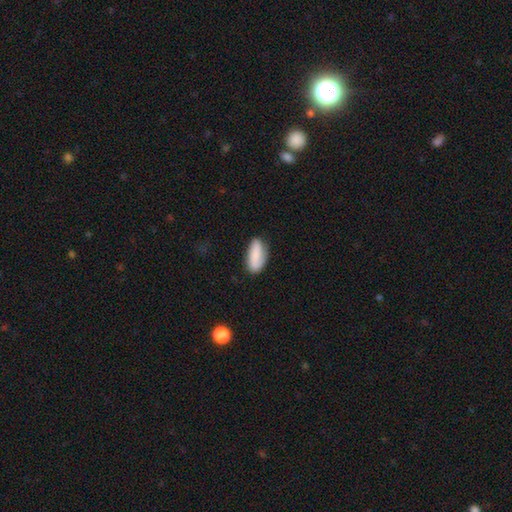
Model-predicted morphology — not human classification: smooth_or_featured: smooth (p=0.84) [alt: featured or disk p=0.10]
how_rounded: in between (p=0.82) [alt: cigar-shaped p=0.16]
merging: none (p=0.76) [alt: minor disturbance p=0.18]